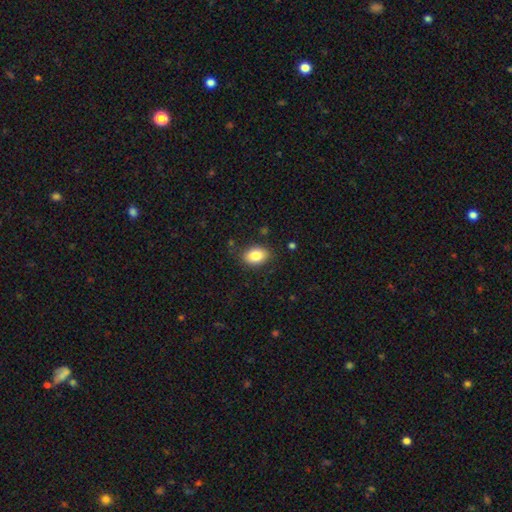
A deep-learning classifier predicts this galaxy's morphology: smooth 84%, star or artifact 8%, featured or disk 8%. Down the decision tree: how rounded — in between (80%); merging — none (84%).